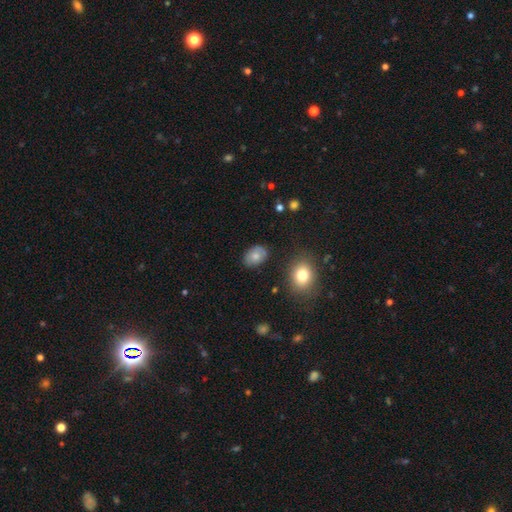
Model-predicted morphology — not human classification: Overall: smooth (74%). How rounded: in between (78%). Merging: none (78%).